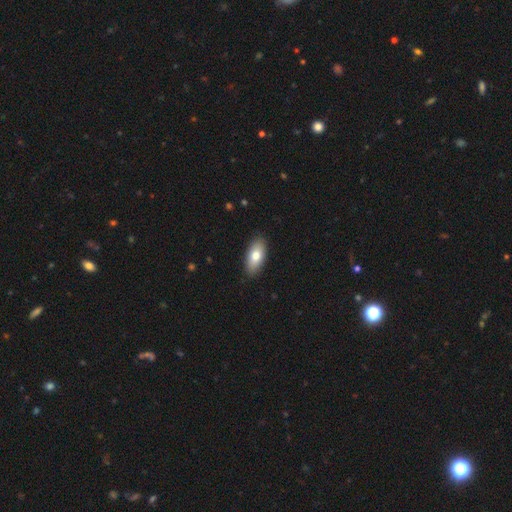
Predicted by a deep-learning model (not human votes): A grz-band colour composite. It shows a smooth galaxy with no disk features (77%) that is in between round and cigar-shaped (89%). Merging: none (89%).